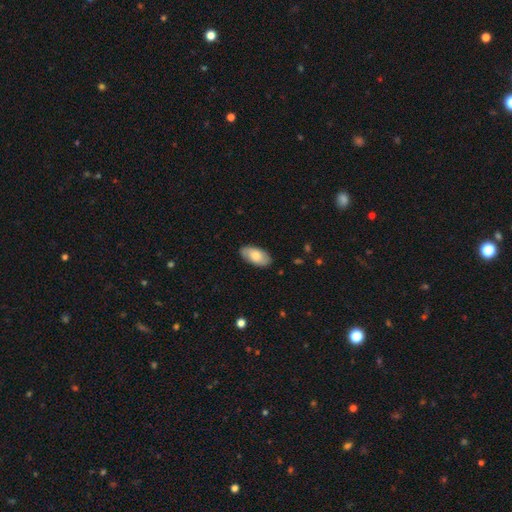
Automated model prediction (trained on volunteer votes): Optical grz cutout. It shows a smooth galaxy with no disk features (75%) that is in between round and cigar-shaped (95%). Merging: none (86%).